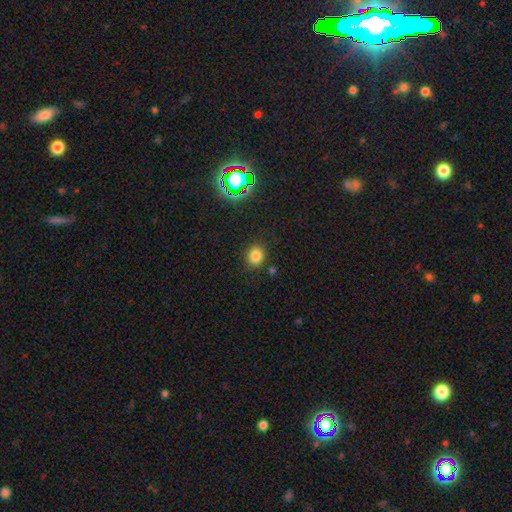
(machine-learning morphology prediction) The model was most divided on "how rounded": round: 62%, in between: 37%, cigar-shaped: 1%. More confident: merging — none (84%); smooth or featured — smooth (79%).